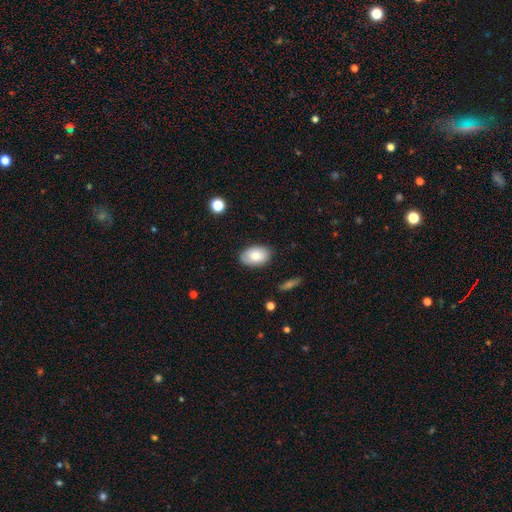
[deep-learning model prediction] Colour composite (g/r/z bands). It shows a smooth galaxy with no disk features (78%) that is in between round and cigar-shaped (89%). Merging: none (82%).